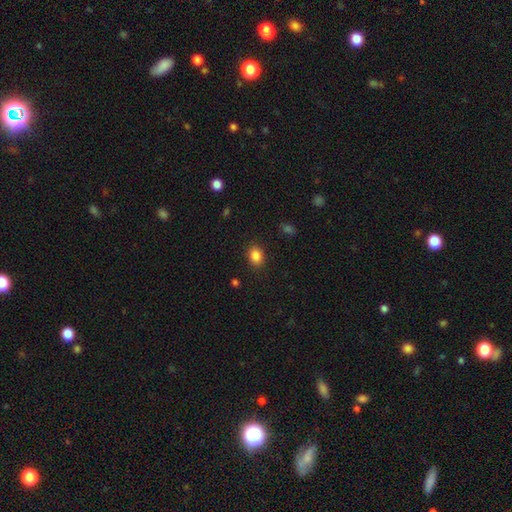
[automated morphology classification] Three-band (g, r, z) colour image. It shows a smooth galaxy with no disk features (86%) that is in between round and cigar-shaped (65%). Merging: none (88%).